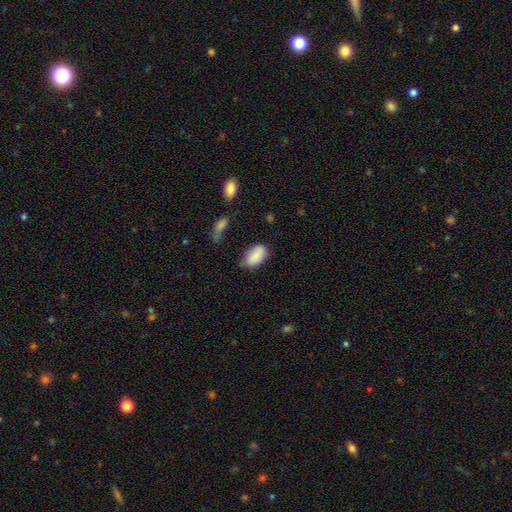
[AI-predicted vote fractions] Smooth or featured?
  - smooth: 86% *
  - featured or disk: 7%
  - star or artifact: 7%
How rounded?
  - in between: 93% *
  - round: 5%
  - cigar-shaped: 2%
Merging?
  - none: 66% *
  - minor disturbance: 25%
  - major disturbance: 6%
  - merger: 3%